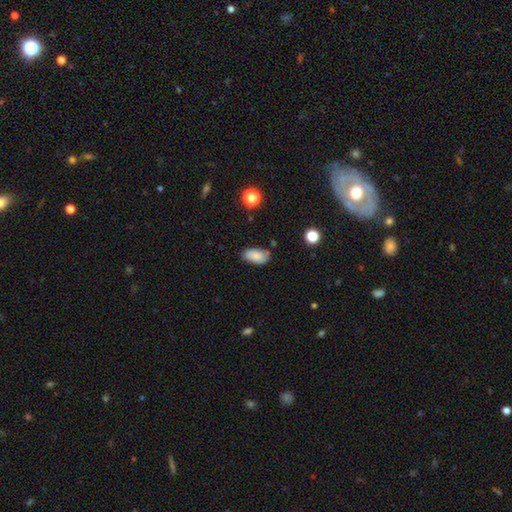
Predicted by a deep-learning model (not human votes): Smooth or featured? smooth (86%)
How rounded? in between (93%)
Merging? none (75%)